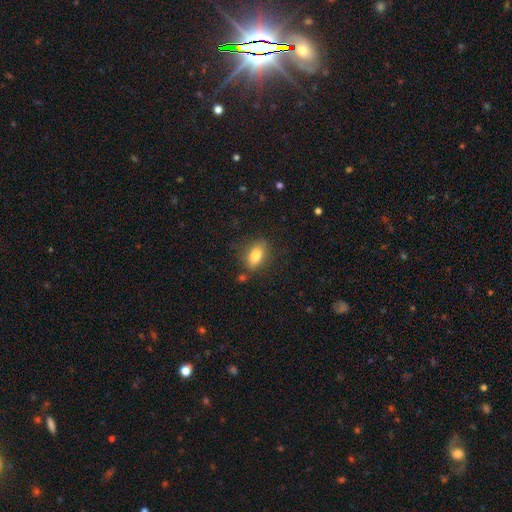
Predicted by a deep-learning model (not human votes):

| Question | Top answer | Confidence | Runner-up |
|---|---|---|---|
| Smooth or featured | smooth | 81% | featured or disk (11%) |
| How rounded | in between | 86% | round (8%) |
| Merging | none | 76% | minor disturbance (16%) |